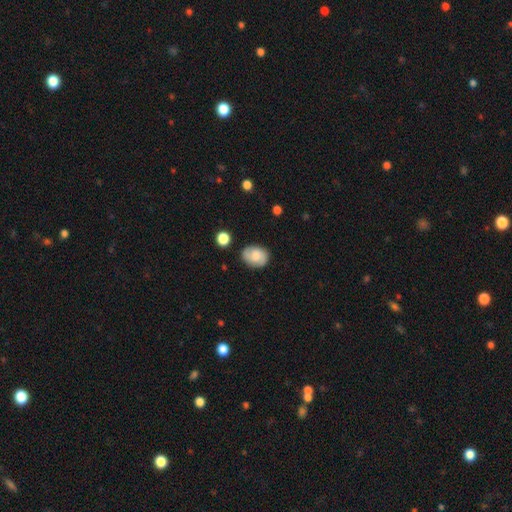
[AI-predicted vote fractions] This appears to be a smooth galaxy with no disk features (61%) that is in between round and cigar-shaped (61%). Merging: none (76%).